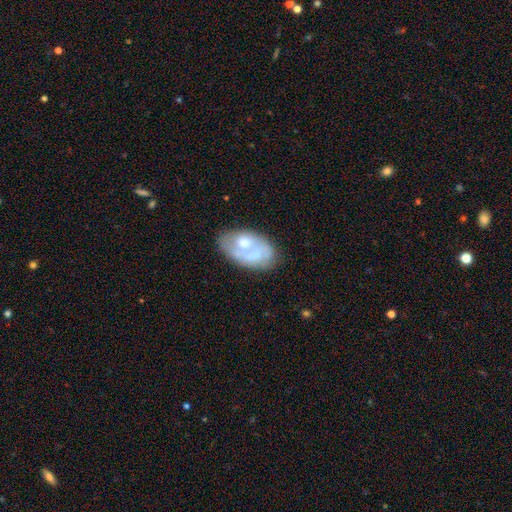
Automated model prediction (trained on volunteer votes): Smooth or featured?
  - featured or disk: 51% *
  - smooth: 43%
  - star or artifact: 7%
Edge-on disk?
  - no: 96% *
  - yes: 4%
Merging?
  - none: 46% *
  - minor disturbance: 24%
  - major disturbance: 17%
  - merger: 13%